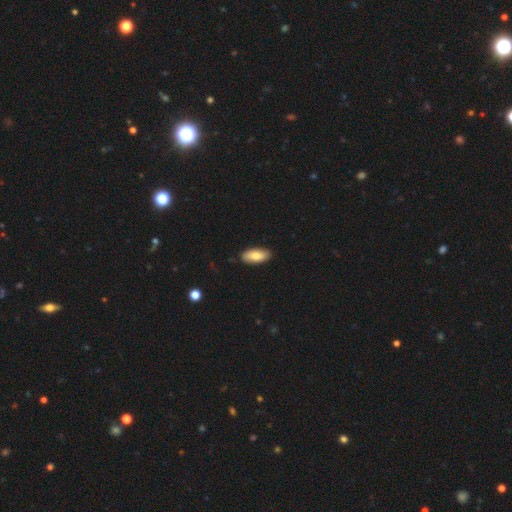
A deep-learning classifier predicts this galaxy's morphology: Smooth or featured? smooth (80%)
How rounded? in between (83%)
Merging? none (88%)